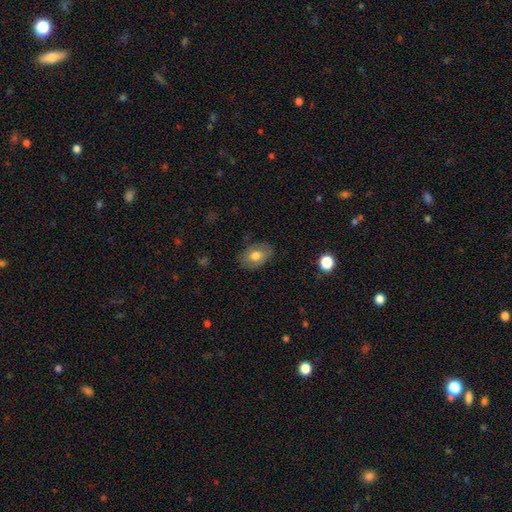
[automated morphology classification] Overall: smooth (71%). How rounded: in between (81%). Merging: none (77%).